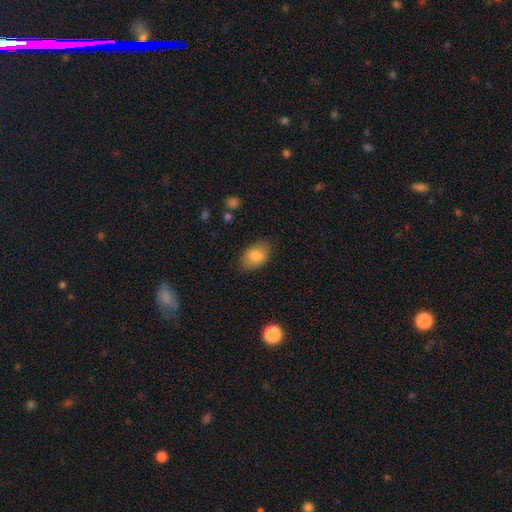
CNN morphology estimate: A smooth galaxy with no disk features (83%) that is in between round and cigar-shaped (86%).

Vote fractions:
- Smooth or featured? smooth: 83% / featured or disk: 10% / star or artifact: 8%
- How rounded? in between: 86% / round: 12% / cigar-shaped: 1%
- Merging? none: 84% / minor disturbance: 12% / major disturbance: 3% / merger: 1%